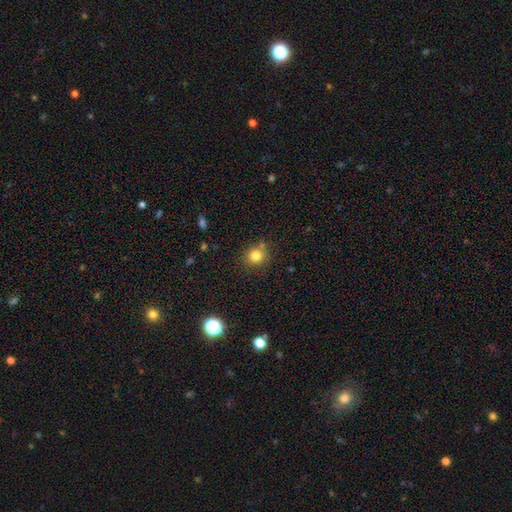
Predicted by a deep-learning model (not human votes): This is clearly a smooth galaxy (80%). How rounded: clearly round (86%). Merging: likely none (77%).